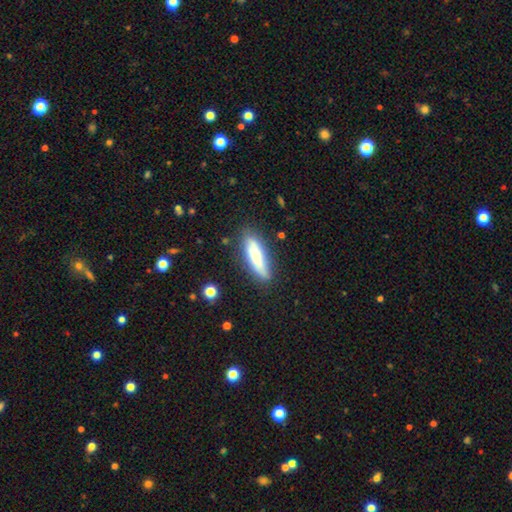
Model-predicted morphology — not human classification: Q: Smooth or featured?
A: smooth (72%); runner-up: featured or disk (21%)
Q: How rounded?
A: cigar-shaped (61%); runner-up: in between (37%)
Q: Merging?
A: none (80%); runner-up: minor disturbance (15%)